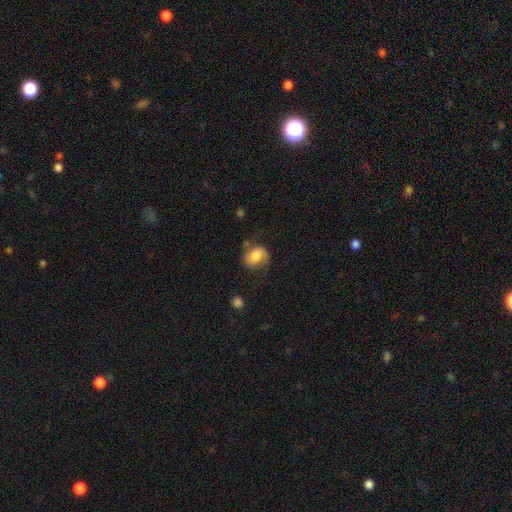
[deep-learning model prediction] This appears to be a featured or disk galaxy (48%). Merging: none (56%).